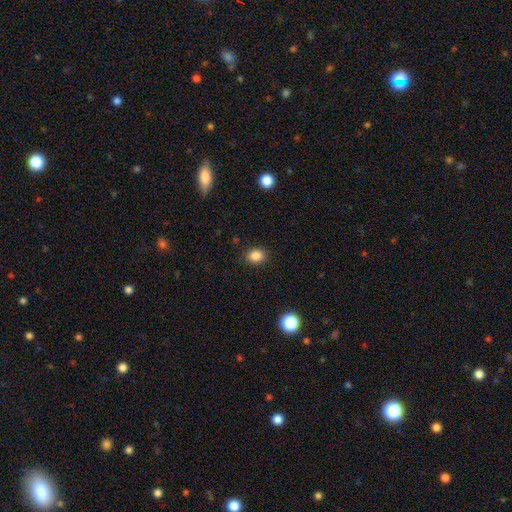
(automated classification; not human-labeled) Smooth or featured? smooth (86%)
How rounded? round (56%)
Merging? none (88%)